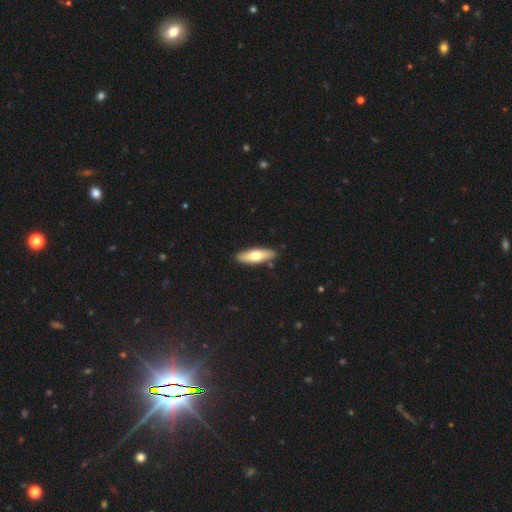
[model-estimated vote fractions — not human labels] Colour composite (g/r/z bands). It shows a smooth galaxy with no disk features (61%) that is cigar-shaped (53%). Merging: none (88%).